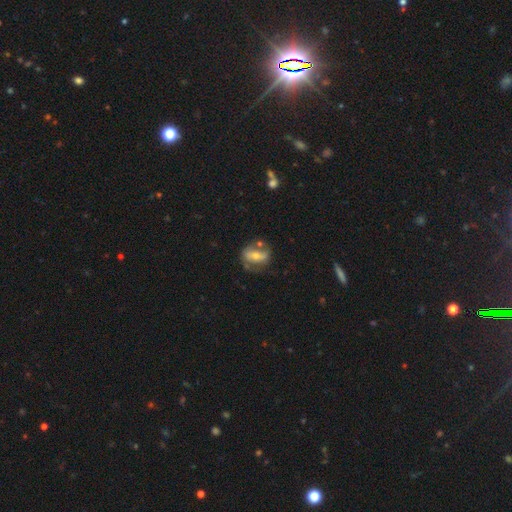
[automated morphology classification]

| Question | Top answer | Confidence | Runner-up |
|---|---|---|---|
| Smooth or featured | featured or disk | 58% | smooth (35%) |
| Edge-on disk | no | 88% | yes (12%) |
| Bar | strong | 49% | no (27%) |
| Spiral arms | yes | 55% | no (45%) |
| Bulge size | moderate | 50% | small (42%) |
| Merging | none | 54% | minor disturbance (22%) |